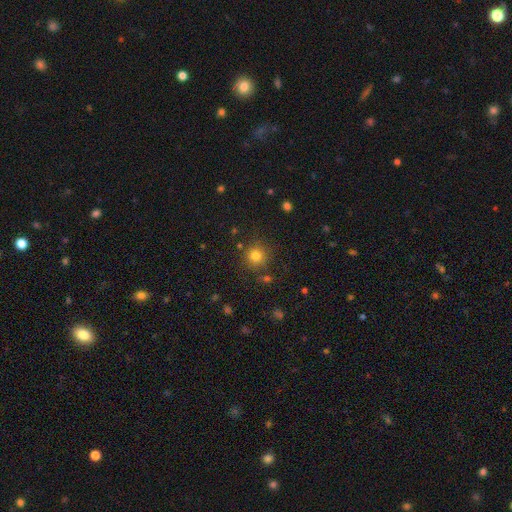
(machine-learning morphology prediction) smooth-or-featured: smooth: 79% | star or artifact: 14% | featured or disk: 6%
  how-rounded: round: 92% | in between: 7% | cigar-shaped: 1%
  merging: none: 83% | minor disturbance: 10% | merger: 4% | major disturbance: 3%